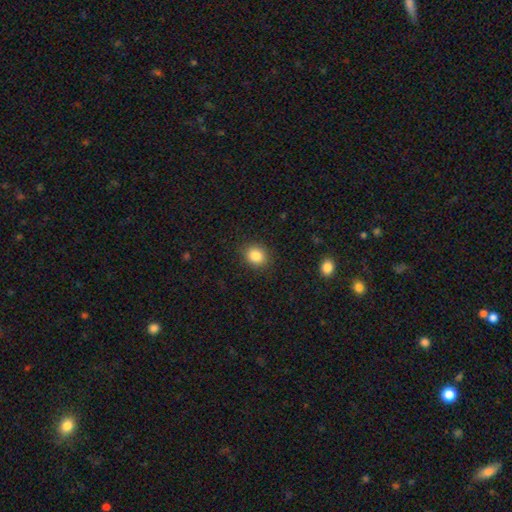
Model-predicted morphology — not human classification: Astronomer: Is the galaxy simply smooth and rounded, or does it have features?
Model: smooth — 84%.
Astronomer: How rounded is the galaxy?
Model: round — 64%.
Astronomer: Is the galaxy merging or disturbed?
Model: none — 88%.